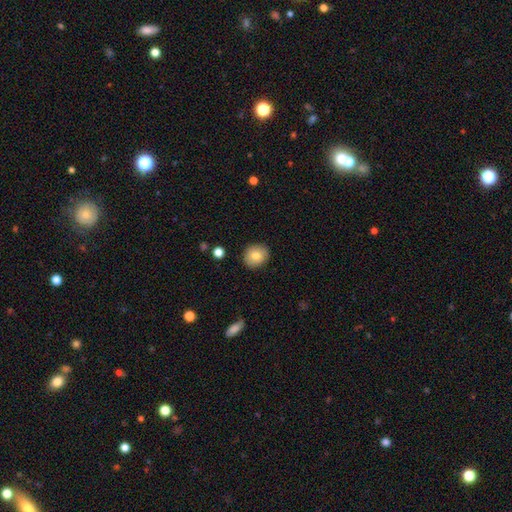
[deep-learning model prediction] smooth 79%, featured or disk 13%, star or artifact 8%. Down the decision tree: how rounded — round (76%); merging — none (89%).